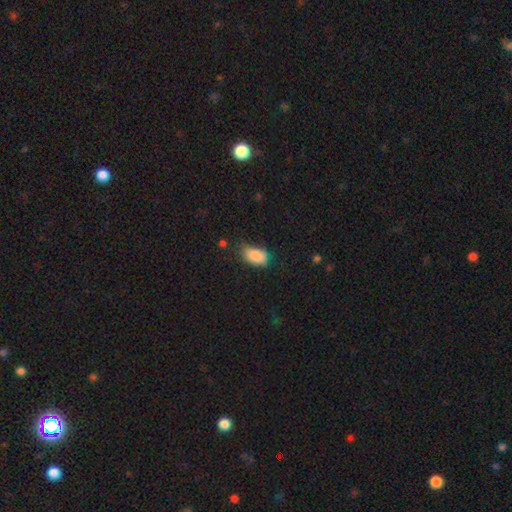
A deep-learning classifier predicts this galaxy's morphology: smooth_or_featured: smooth (p=0.87) [alt: star or artifact p=0.08]
how_rounded: in between (p=0.92) [alt: round p=0.07]
merging: none (p=0.61) [alt: minor disturbance p=0.31]